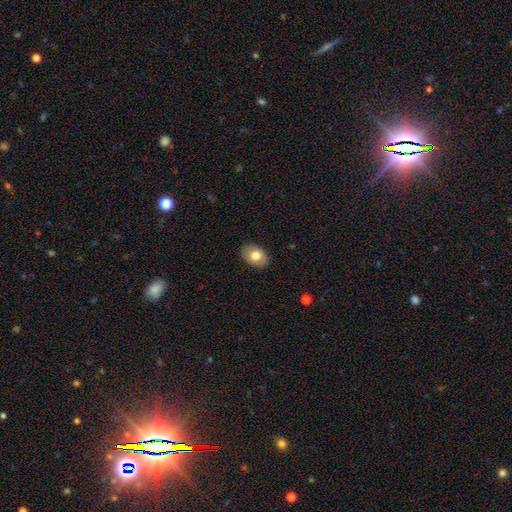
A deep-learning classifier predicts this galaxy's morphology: smooth_or_featured: smooth (p=0.79) [alt: featured or disk p=0.14]
how_rounded: in between (p=0.82) [alt: round p=0.17]
merging: none (p=0.88) [alt: minor disturbance p=0.09]